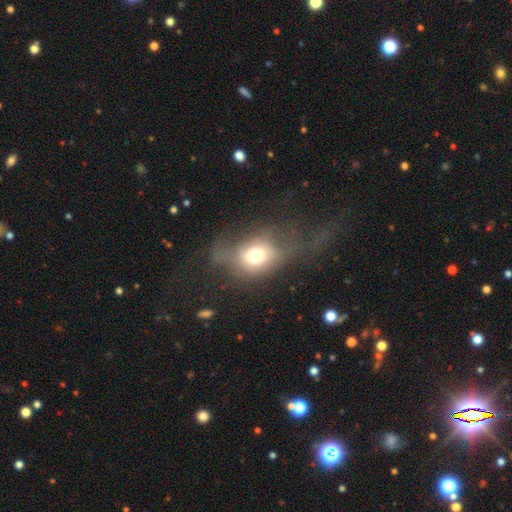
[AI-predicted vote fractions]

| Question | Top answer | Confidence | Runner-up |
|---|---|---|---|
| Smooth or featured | smooth | 63% | featured or disk (24%) |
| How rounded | in between | 53% | round (45%) |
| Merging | major disturbance | 45% | none (30%) |